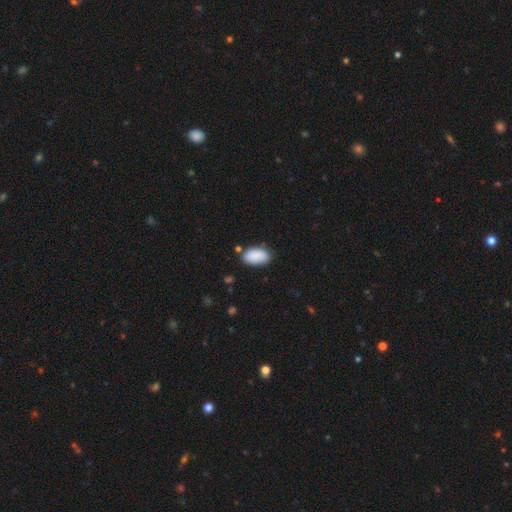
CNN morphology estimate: A smooth galaxy with no disk features (89%) that is in between round and cigar-shaped (95%).

Vote fractions:
- Smooth or featured? smooth: 89% / star or artifact: 6% / featured or disk: 4%
- How rounded? in between: 95% / round: 4% / cigar-shaped: 2%
- Merging? none: 77% / minor disturbance: 16% / major disturbance: 3% / merger: 3%